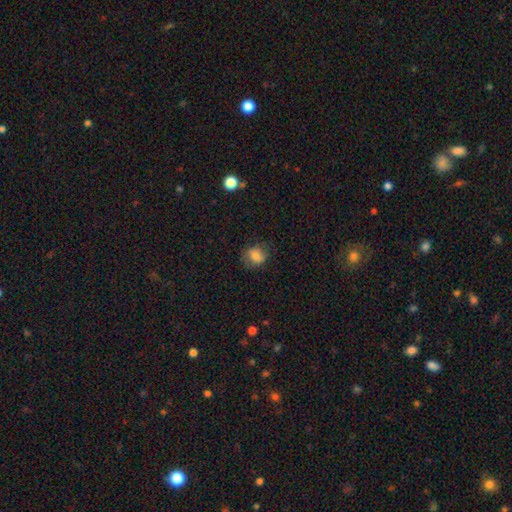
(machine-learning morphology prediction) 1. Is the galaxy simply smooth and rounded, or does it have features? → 72% smooth, 18% featured or disk, 10% star or artifact.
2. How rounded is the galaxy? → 64% round, 35% in between, 1% cigar-shaped.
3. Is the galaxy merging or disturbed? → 73% none, 19% minor disturbance, 7% major disturbance, 1% merger.